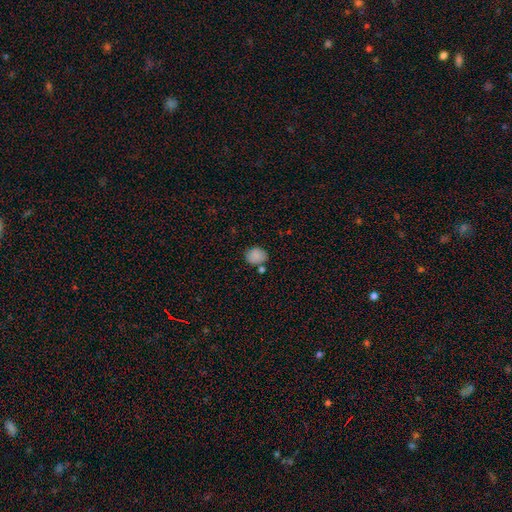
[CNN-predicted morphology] Overall: smooth (86%). How rounded: round (58%; in between 41%). Merging: none (68%).